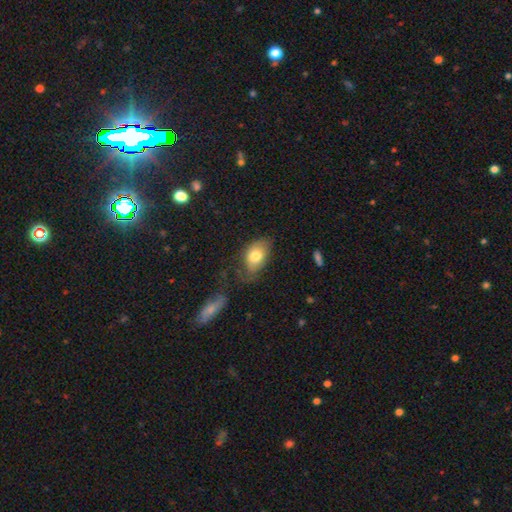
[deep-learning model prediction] A smooth galaxy with no disk features (75%) that is in between round and cigar-shaped (87%).

Vote fractions:
- Smooth or featured? smooth: 75% / featured or disk: 18% / star or artifact: 7%
- How rounded? in between: 87% / round: 11% / cigar-shaped: 2%
- Merging? none: 51% / minor disturbance: 30% / major disturbance: 16% / merger: 4%